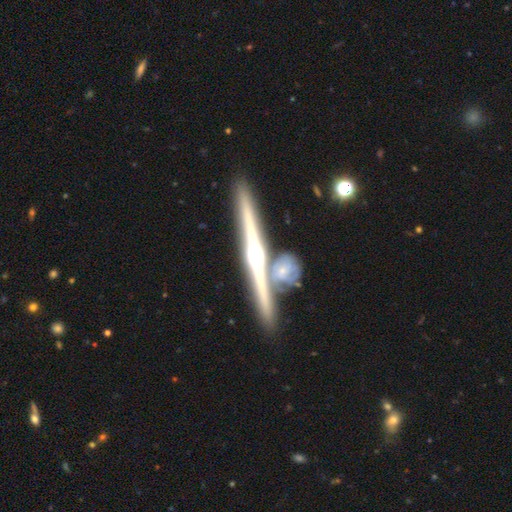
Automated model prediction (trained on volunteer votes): Smooth or featured: featured or disk — 80% (smooth — 13%)
Edge-on disk: yes — 98% (no — 2%)
Edge-on bulge: rounded — 81% (none — 10%)
Merging: none — 72% (merger — 17%)